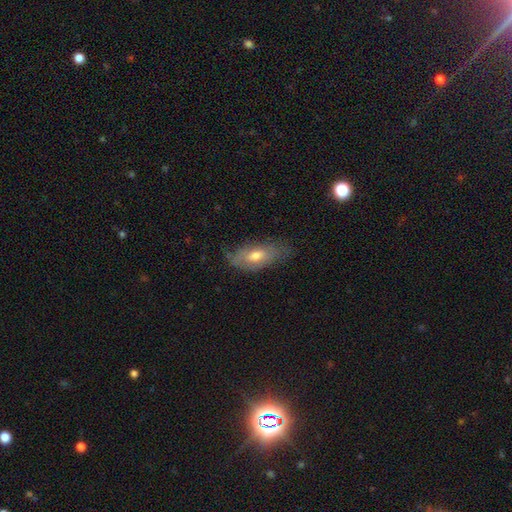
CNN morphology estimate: Smooth or featured? smooth (56%)
How rounded? in between (80%)
Merging? none (60%)